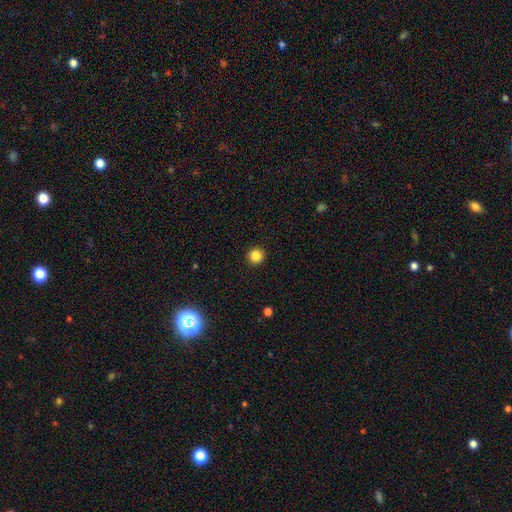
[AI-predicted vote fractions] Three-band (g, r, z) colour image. It shows a smooth galaxy with no disk features (85%) that is round (95%). Merging: none (93%).